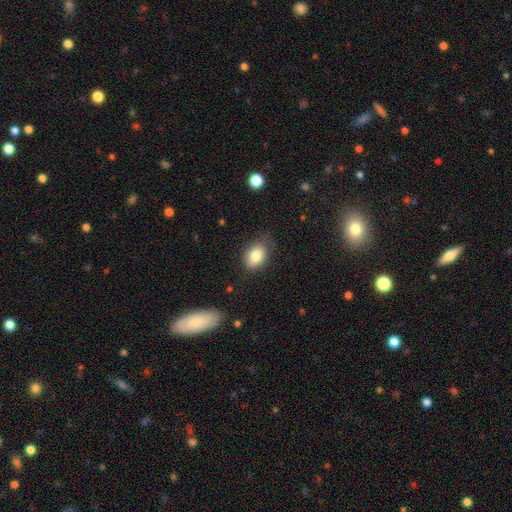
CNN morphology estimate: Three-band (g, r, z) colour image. It shows a smooth galaxy with no disk features (83%) that is in between round and cigar-shaped (73%). Merging: none (71%).